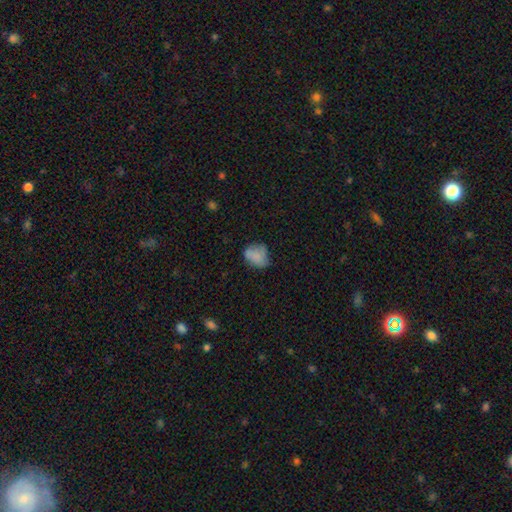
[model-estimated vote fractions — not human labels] A smooth galaxy with no disk features (75%) that is in between round and cigar-shaped (53%). Merging: none (50%).